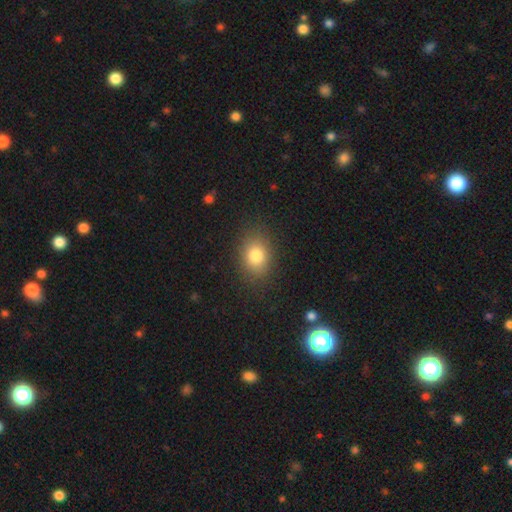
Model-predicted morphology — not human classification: This is clearly a smooth galaxy (81%). How rounded: possibly in between (57%). Merging: clearly none (85%).